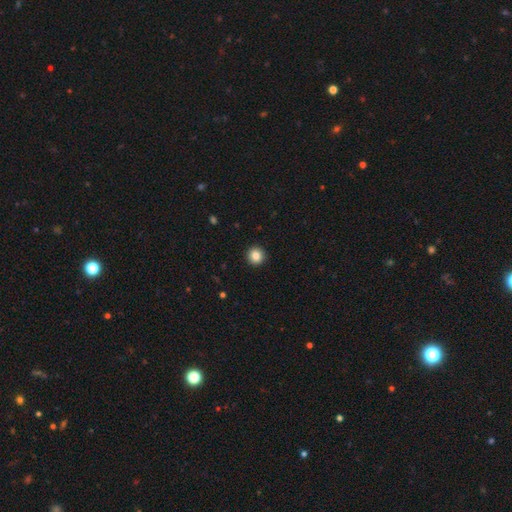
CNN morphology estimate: Smooth or featured? Predicted: smooth (p=0.86). How rounded? Predicted: round (p=0.94). Merging? Predicted: none (p=0.93).